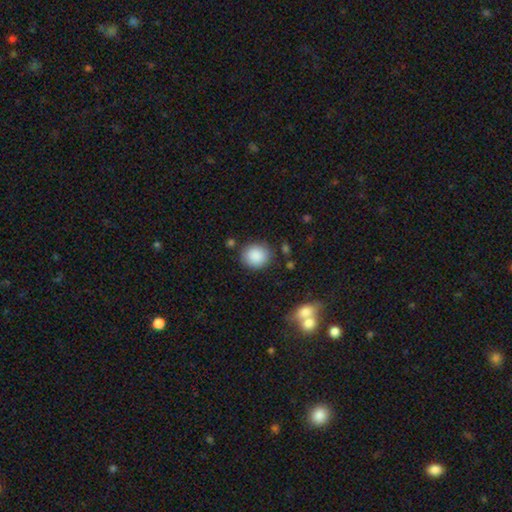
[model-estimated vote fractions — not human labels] smooth 88%, star or artifact 8%, featured or disk 4%. Down the decision tree: how rounded — round (83%); merging — none (83%).